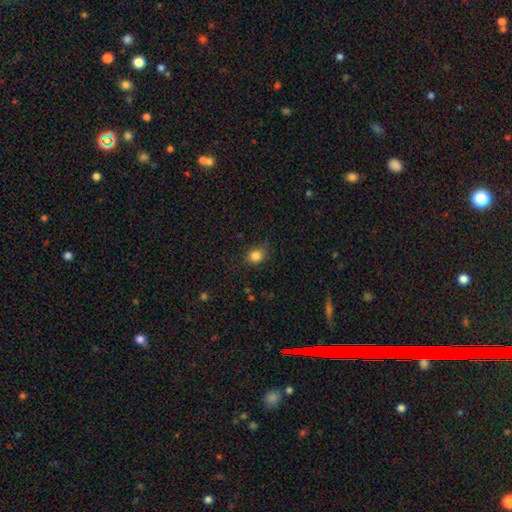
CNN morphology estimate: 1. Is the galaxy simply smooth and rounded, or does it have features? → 84% smooth, 11% star or artifact, 5% featured or disk.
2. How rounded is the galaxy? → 63% round, 36% in between, 1% cigar-shaped.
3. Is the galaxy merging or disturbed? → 74% none, 20% minor disturbance, 5% major disturbance, 1% merger.